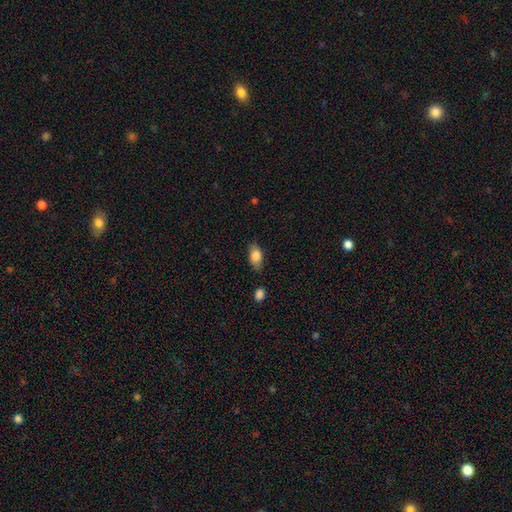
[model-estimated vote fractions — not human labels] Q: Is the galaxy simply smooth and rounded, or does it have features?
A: smooth — 82%.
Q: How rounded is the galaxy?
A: in between — 87%.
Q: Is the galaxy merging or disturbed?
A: none — 76%.